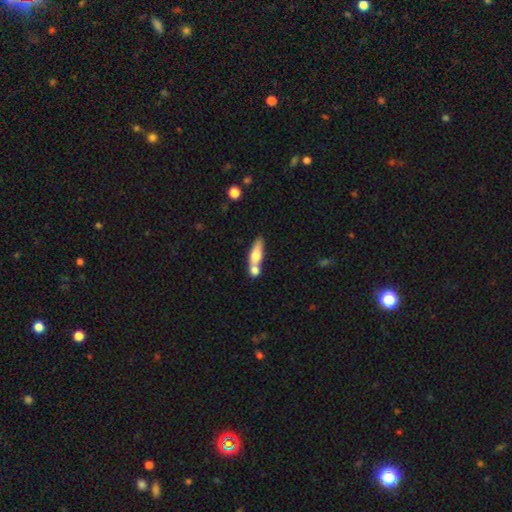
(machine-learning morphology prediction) type=smooth (63%); roundness=cigar-shaped (54%); merging=merger (47%).